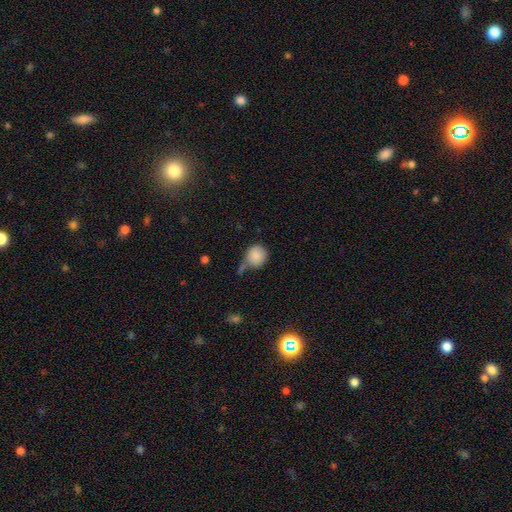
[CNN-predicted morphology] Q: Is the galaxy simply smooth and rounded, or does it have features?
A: smooth — 87%.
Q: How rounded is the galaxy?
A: round — 87%.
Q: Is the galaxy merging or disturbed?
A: none — 53%.